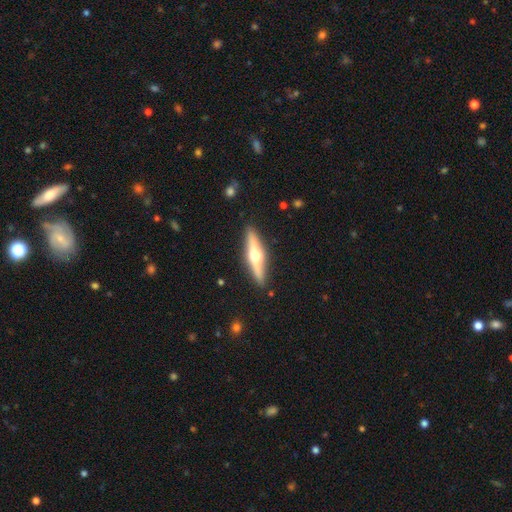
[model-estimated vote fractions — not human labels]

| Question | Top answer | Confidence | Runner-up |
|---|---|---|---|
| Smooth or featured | featured or disk | 65% | smooth (29%) |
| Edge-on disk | yes | 95% | no (5%) |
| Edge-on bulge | rounded | 96% | boxy (2%) |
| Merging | none | 89% | minor disturbance (8%) |